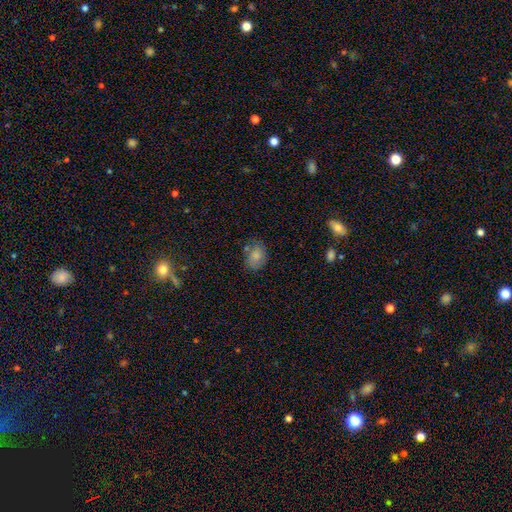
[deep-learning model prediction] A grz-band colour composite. It shows a smooth galaxy with no disk features (80%) that is in between round and cigar-shaped (70%). Merging: none (69%).